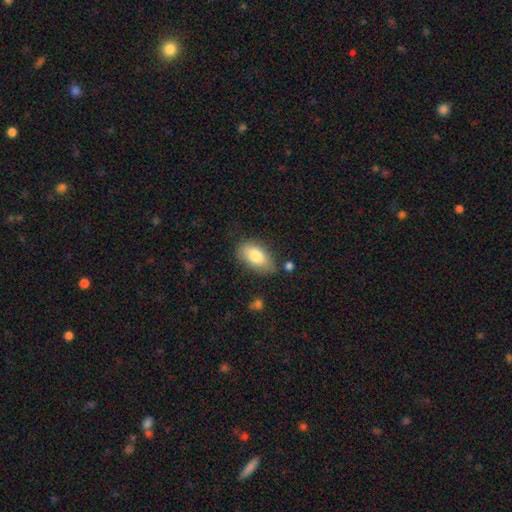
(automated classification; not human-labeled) Smooth or featured?
  - smooth: 80% *
  - featured or disk: 13%
  - star or artifact: 7%
How rounded?
  - in between: 92% *
  - round: 4%
  - cigar-shaped: 4%
Merging?
  - none: 72% *
  - minor disturbance: 20%
  - major disturbance: 5%
  - merger: 3%